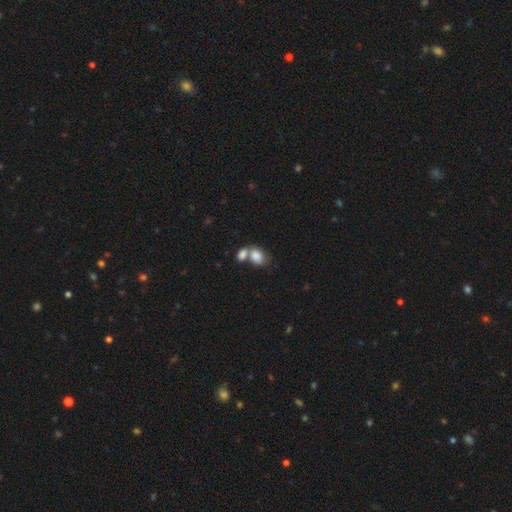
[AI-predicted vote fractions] A smooth galaxy with no disk features (83%) that is in between round and cigar-shaped (76%).

Vote fractions:
- Smooth or featured? smooth: 83% / featured or disk: 9% / star or artifact: 8%
- How rounded? in between: 76% / round: 23% / cigar-shaped: 1%
- Merging? merger: 59% / none: 27% / minor disturbance: 9% / major disturbance: 5%